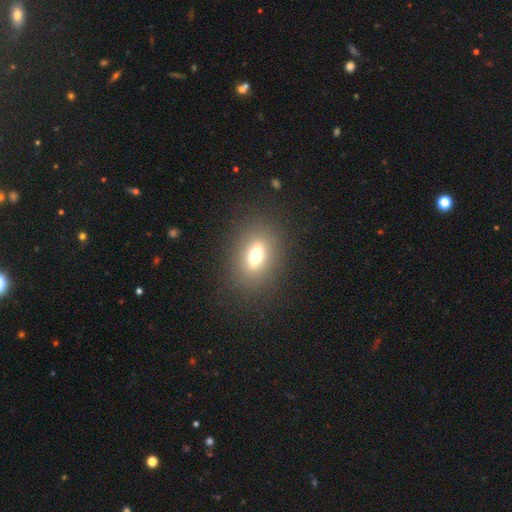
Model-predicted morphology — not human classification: Smooth or featured: smooth — 63% (featured or disk — 22%)
How rounded: in between — 72% (round — 22%)
Merging: none — 85% (minor disturbance — 8%)